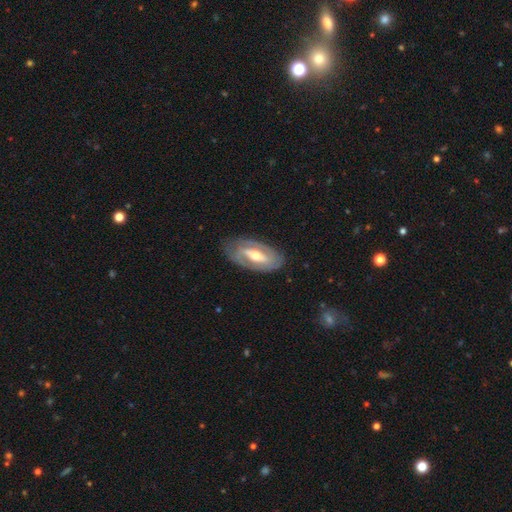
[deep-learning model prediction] smooth_or_featured: featured or disk (p=0.78) [alt: smooth p=0.17]
disk_edge_on: no (p=0.90) [alt: yes p=0.10]
bar: strong (p=0.49) [alt: weak p=0.32]
has_spiral_arms: yes (p=0.76) [alt: no p=0.24]
spiral_winding: tight (p=0.54) [alt: medium p=0.33]
spiral_arm_count: 2 (p=0.72) [alt: can't tell p=0.18]
bulge_size: moderate (p=0.65) [alt: small p=0.27]
merging: none (p=0.80) [alt: minor disturbance p=0.14]